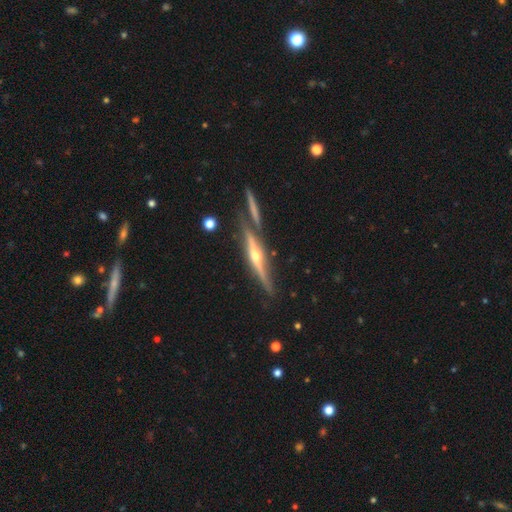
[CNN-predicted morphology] Smooth or featured? featured or disk (82%)
Edge-on disk? yes (96%)
Edge-on bulge? rounded (90%)
Merging? none (73%)